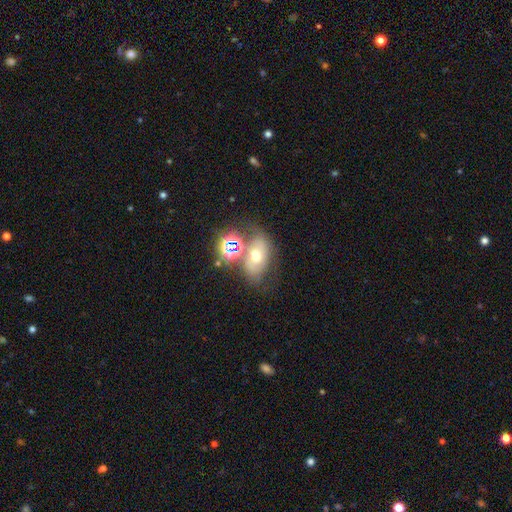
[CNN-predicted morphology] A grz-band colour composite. It shows a smooth galaxy with no disk features (45%). Merging: none (48%).